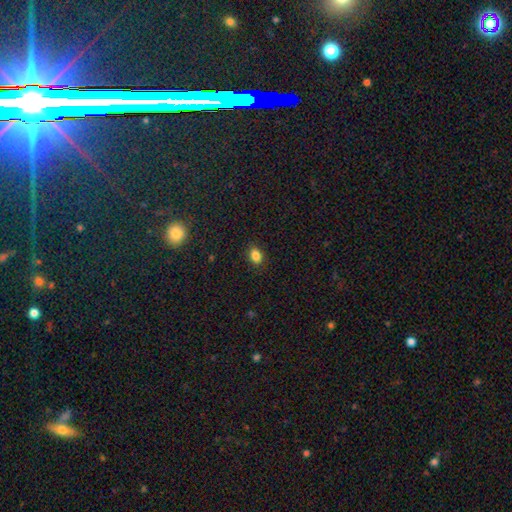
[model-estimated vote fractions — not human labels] A smooth galaxy with no disk features (84%) that is in between round and cigar-shaped (70%). Merging: none (88%).